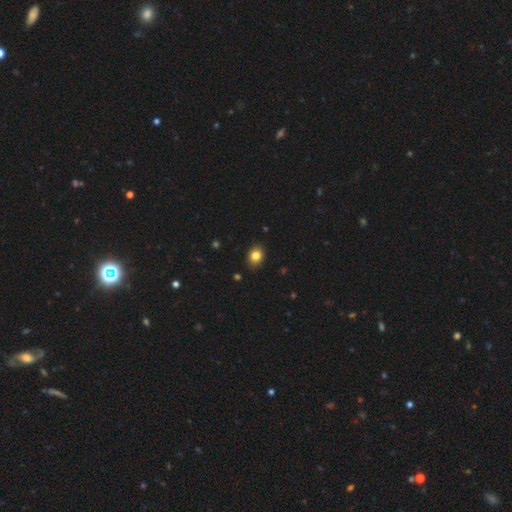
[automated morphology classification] A smooth galaxy with no disk features (83%) that is in between round and cigar-shaped (57%).

Vote fractions:
- Smooth or featured? smooth: 83% / star or artifact: 10% / featured or disk: 7%
- How rounded? in between: 57% / round: 42% / cigar-shaped: 1%
- Merging? none: 88% / minor disturbance: 9% / major disturbance: 2% / merger: 1%